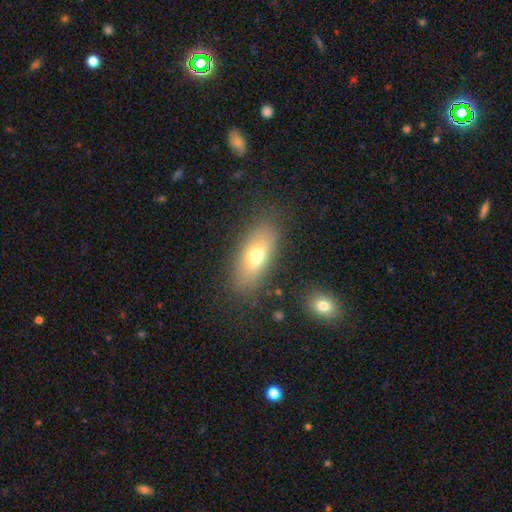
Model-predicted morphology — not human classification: Smooth or featured? smooth (69%)
How rounded? in between (80%)
Merging? none (81%)